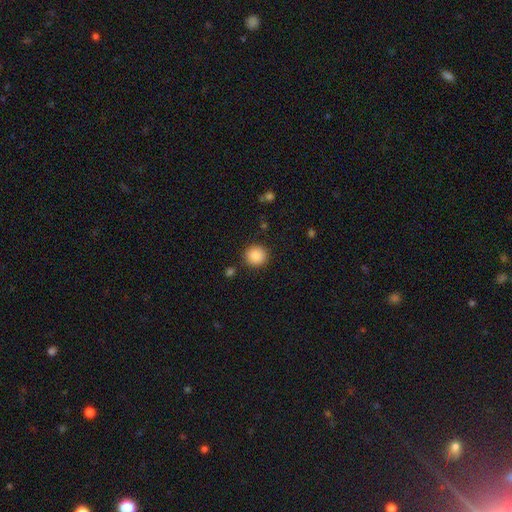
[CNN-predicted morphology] Q: Smooth or featured?
A: smooth (87%); runner-up: star or artifact (9%)
Q: How rounded?
A: round (91%); runner-up: in between (8%)
Q: Merging?
A: none (89%); runner-up: minor disturbance (7%)